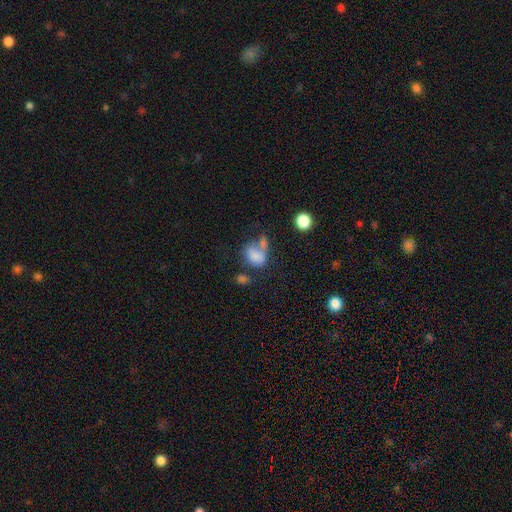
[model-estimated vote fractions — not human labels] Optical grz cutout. It shows a smooth galaxy with no disk features (73%) that is in between round and cigar-shaped (66%). Merging: merger (39%).